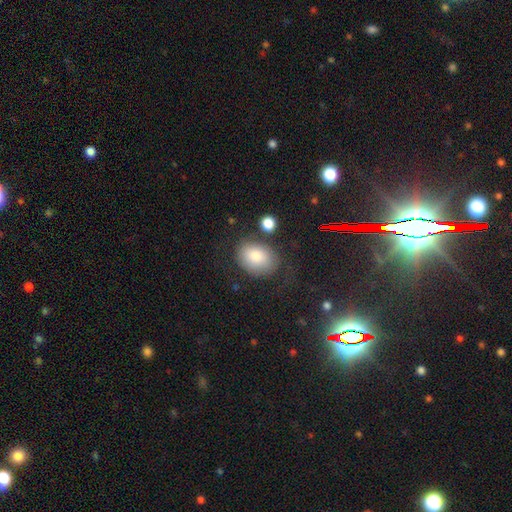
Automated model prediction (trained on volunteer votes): smooth-or-featured: smooth: 76% | star or artifact: 12% | featured or disk: 12%
  how-rounded: in between: 62% | round: 37% | cigar-shaped: 1%
  merging: none: 70% | minor disturbance: 18% | major disturbance: 8% | merger: 4%